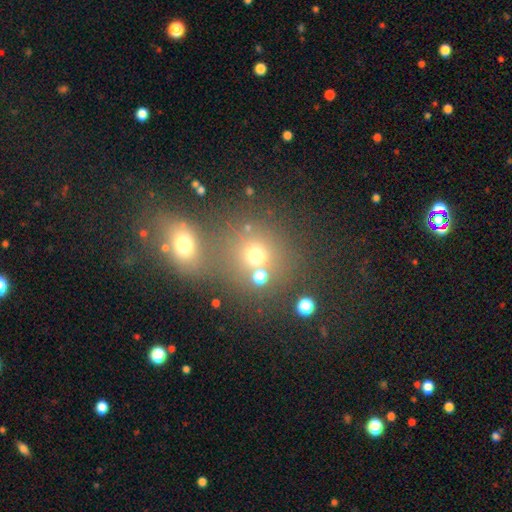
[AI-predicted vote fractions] Smooth or featured?
  - smooth: 66% *
  - star or artifact: 22%
  - featured or disk: 12%
How rounded?
  - round: 81% *
  - in between: 18%
  - cigar-shaped: 1%
Merging?
  - none: 54% *
  - merger: 33%
  - minor disturbance: 8%
  - major disturbance: 5%